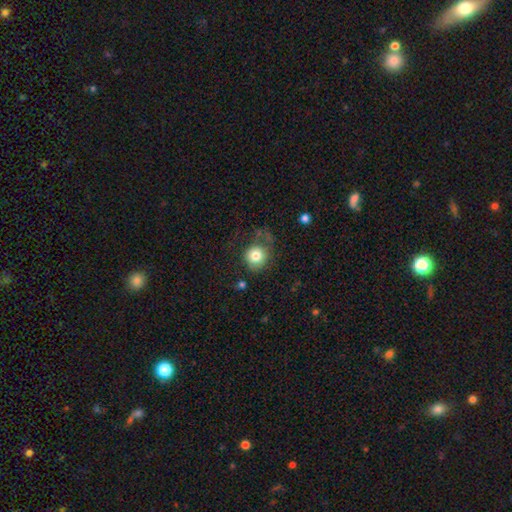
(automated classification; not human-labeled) This appears to be a smooth galaxy with no disk features (79%) that is round (86%). Merging: none (56%).